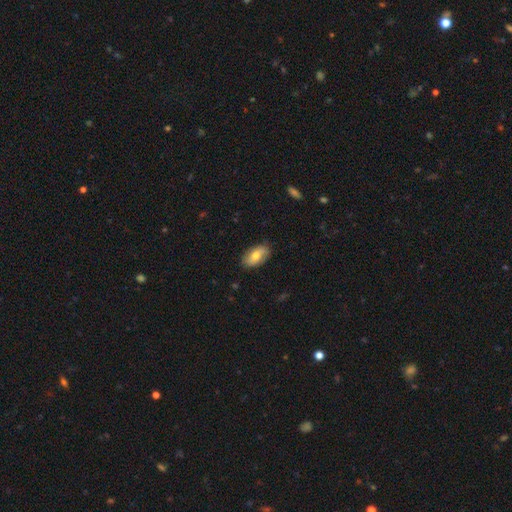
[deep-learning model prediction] smooth 67%, featured or disk 26%, star or artifact 7%. Down the decision tree: how rounded — in between (92%); merging — none (83%).